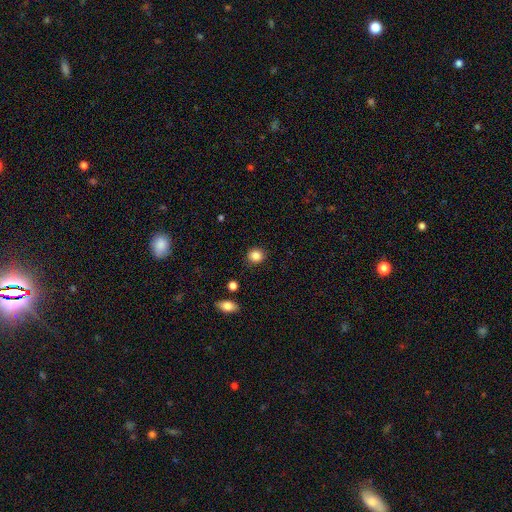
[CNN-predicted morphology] Q: Smooth or featured?
A: smooth (86%); runner-up: star or artifact (9%)
Q: How rounded?
A: round (86%); runner-up: in between (13%)
Q: Merging?
A: none (89%); runner-up: minor disturbance (8%)